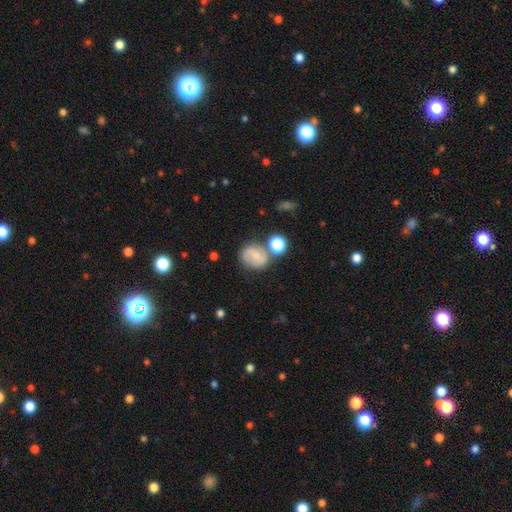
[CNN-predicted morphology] The model was most divided on "smooth or featured": smooth: 54%, featured or disk: 34%, star or artifact: 11%. More confident: how rounded — round (69%); merging — none (61%).